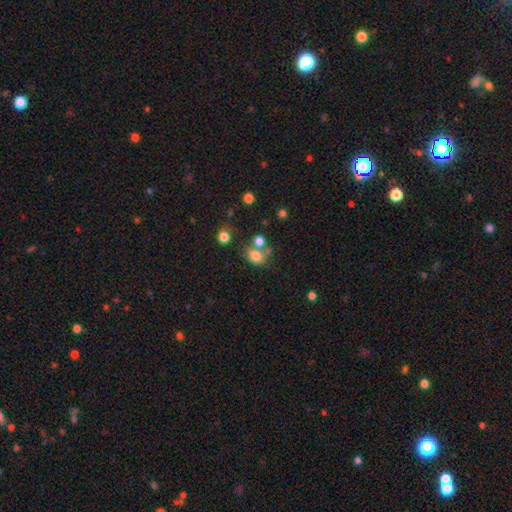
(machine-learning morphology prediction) Smooth or featured: smooth — 75% (star or artifact — 13%)
How rounded: in between — 51% (round — 48%)
Merging: none — 43% (merger — 32%)